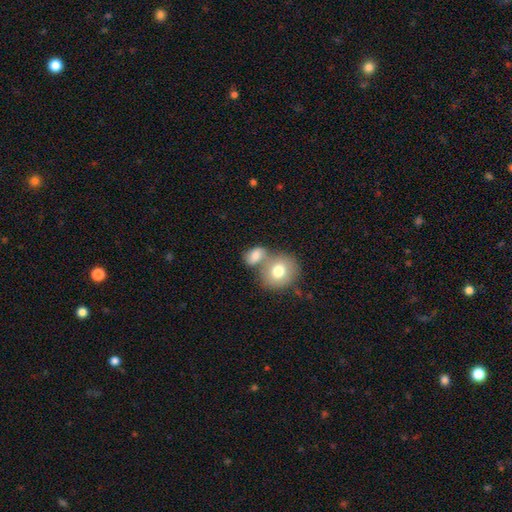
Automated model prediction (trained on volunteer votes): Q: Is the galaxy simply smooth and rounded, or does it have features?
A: smooth — 78%.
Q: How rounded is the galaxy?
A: in between — 65%.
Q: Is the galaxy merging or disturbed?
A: merger — 48%.